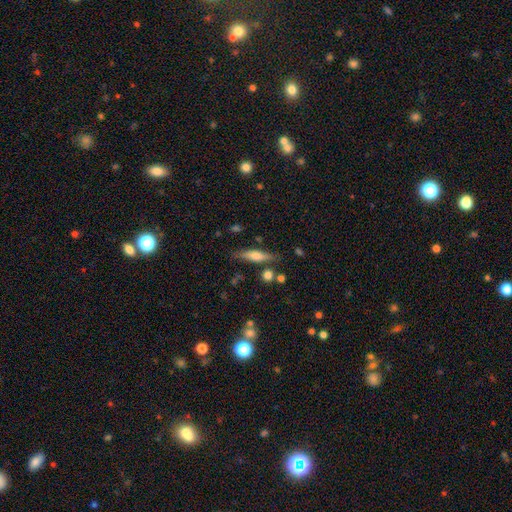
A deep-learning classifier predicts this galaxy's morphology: This appears to be a smooth galaxy with no disk features (58%) that is cigar-shaped (70%). Merging: none (78%).